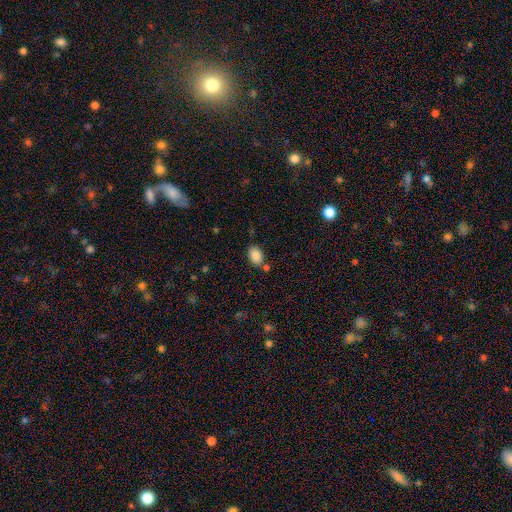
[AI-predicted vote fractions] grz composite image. It shows a smooth galaxy with no disk features (87%) that is in between round and cigar-shaped (82%). Merging: none (72%).